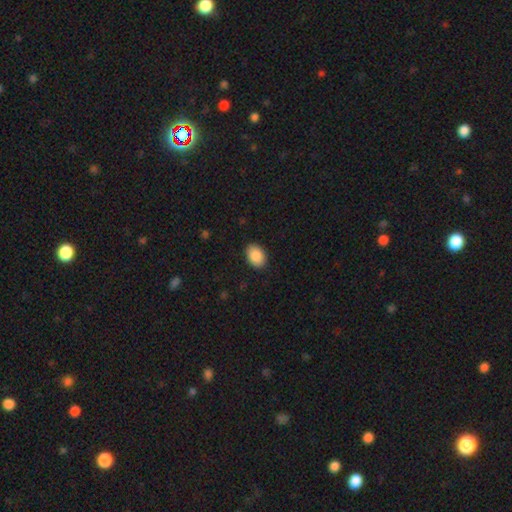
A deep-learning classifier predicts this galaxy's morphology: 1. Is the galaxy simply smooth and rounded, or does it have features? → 89% smooth, 7% star or artifact, 4% featured or disk.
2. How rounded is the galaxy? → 79% in between, 20% round, 1% cigar-shaped.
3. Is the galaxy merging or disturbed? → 89% none, 8% minor disturbance, 2% major disturbance, 1% merger.